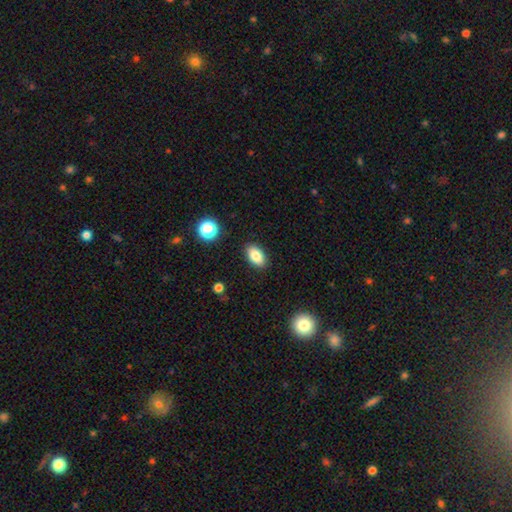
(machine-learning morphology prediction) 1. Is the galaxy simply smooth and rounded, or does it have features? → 84% smooth, 9% star or artifact, 7% featured or disk.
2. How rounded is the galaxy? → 91% in between, 7% round, 2% cigar-shaped.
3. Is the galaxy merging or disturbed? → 88% none, 8% minor disturbance, 2% major disturbance, 1% merger.